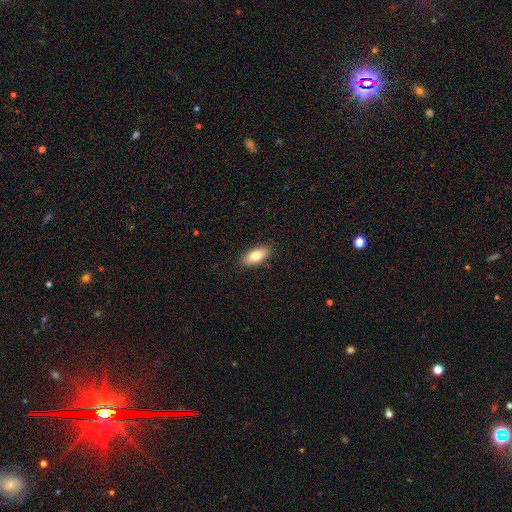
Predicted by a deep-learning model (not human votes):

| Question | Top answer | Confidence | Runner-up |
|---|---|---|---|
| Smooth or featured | smooth | 78% | featured or disk (15%) |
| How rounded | in between | 85% | cigar-shaped (12%) |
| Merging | none | 89% | minor disturbance (9%) |